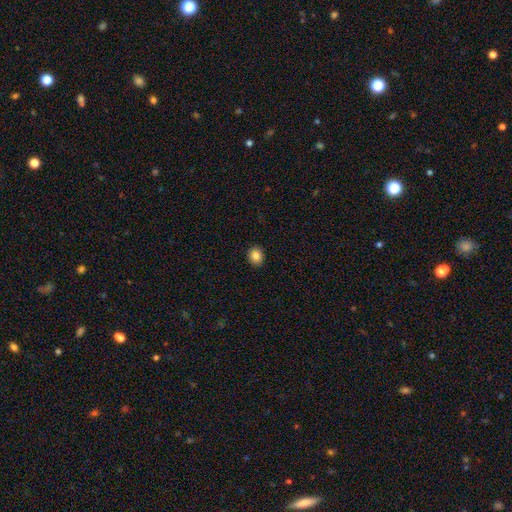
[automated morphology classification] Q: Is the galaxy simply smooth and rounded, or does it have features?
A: smooth — 84%.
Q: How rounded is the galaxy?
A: round — 67%.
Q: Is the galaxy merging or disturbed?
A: none — 91%.